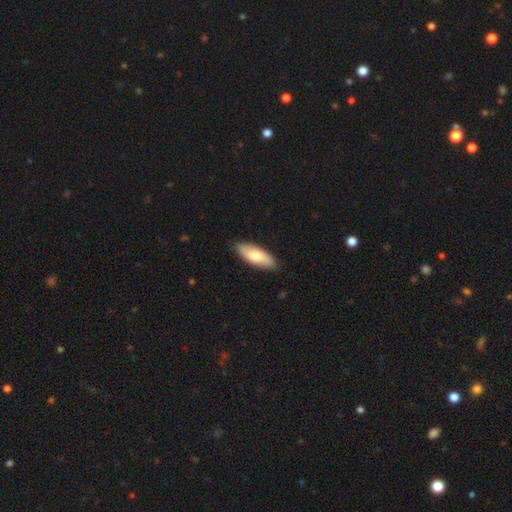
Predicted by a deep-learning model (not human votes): Smooth or featured? Predicted: smooth (p=0.73). How rounded? Predicted: in between (p=0.70). Merging? Predicted: none (p=0.88).